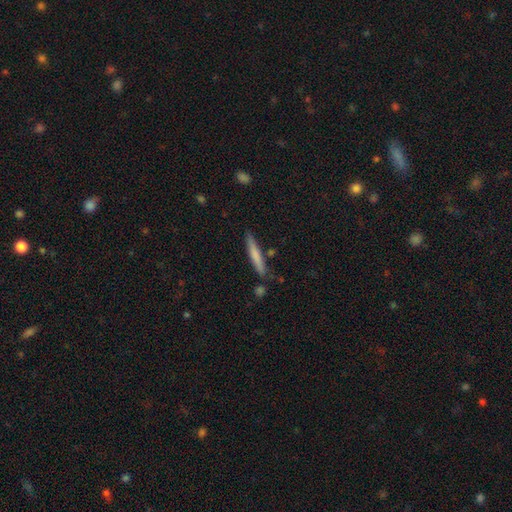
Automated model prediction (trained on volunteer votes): The model was most divided on "smooth or featured": smooth: 68%, featured or disk: 26%, star or artifact: 6%. More confident: how rounded — cigar-shaped (94%); merging — none (81%).